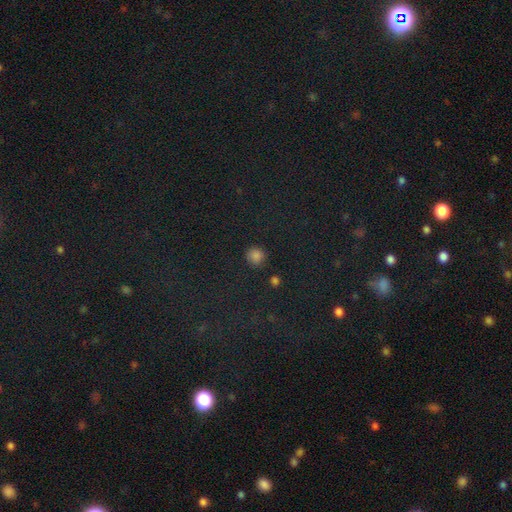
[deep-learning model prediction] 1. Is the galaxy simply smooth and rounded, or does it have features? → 81% smooth, 15% star or artifact, 4% featured or disk.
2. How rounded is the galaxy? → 89% round, 10% in between, 1% cigar-shaped.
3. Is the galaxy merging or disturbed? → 88% none, 8% minor disturbance, 2% major disturbance, 2% merger.